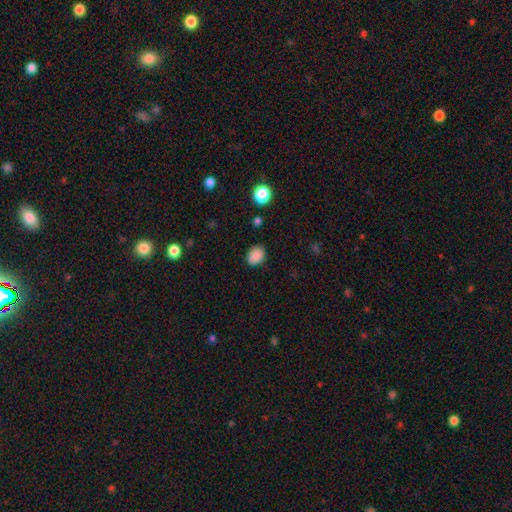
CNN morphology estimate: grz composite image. It shows a smooth galaxy with no disk features (87%) that is in between round and cigar-shaped (65%). Merging: none (84%).